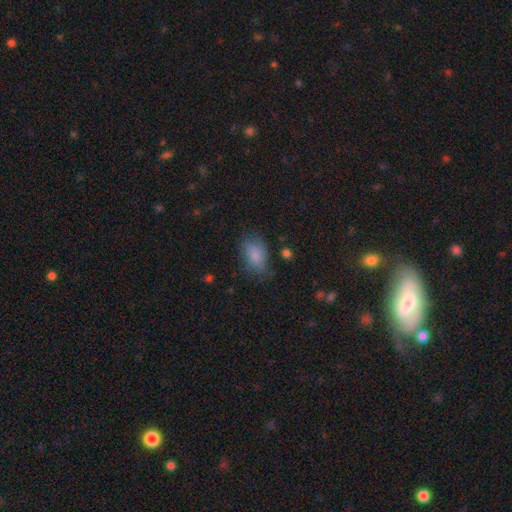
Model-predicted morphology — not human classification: type=smooth (84%); roundness=in between (88%); merging=none (66%).